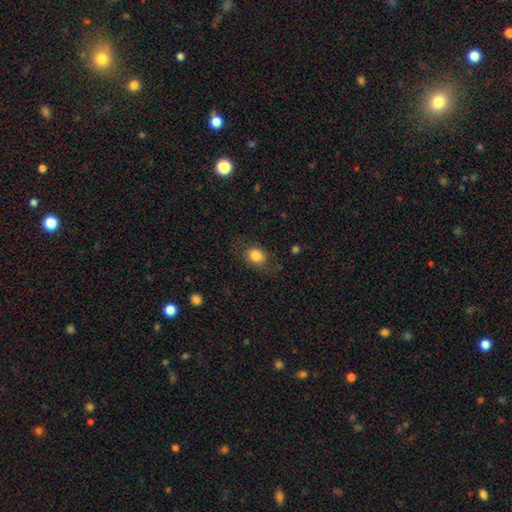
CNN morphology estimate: Overall: smooth (83%). How rounded: round (52%; in between 47%). Merging: none (75%).